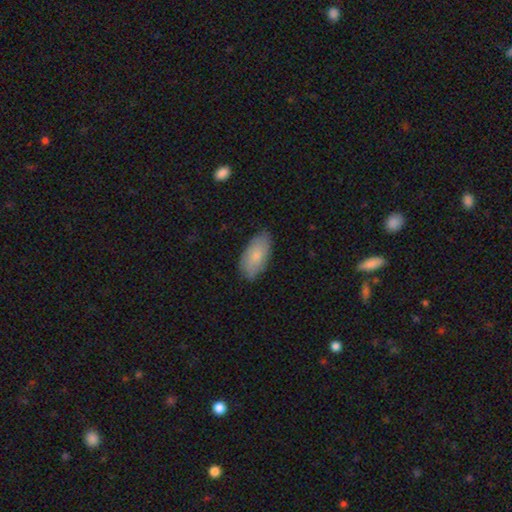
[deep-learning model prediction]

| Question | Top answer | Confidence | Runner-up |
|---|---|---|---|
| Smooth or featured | smooth | 73% | featured or disk (21%) |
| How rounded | in between | 93% | cigar-shaped (4%) |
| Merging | none | 76% | minor disturbance (20%) |